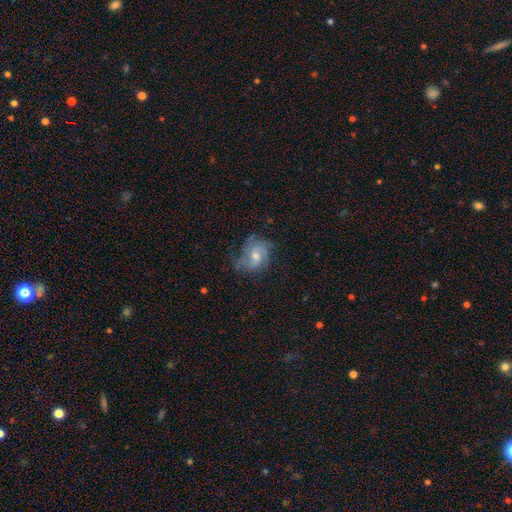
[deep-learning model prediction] smooth_or_featured: featured or disk (p=0.59) [alt: smooth p=0.31]
disk_edge_on: no (p=0.97) [alt: yes p=0.03]
bar: no (p=0.65) [alt: weak p=0.30]
has_spiral_arms: yes (p=0.78) [alt: no p=0.22]
bulge_size: moderate (p=0.61) [alt: small p=0.29]
merging: none (p=0.50) [alt: minor disturbance p=0.29]